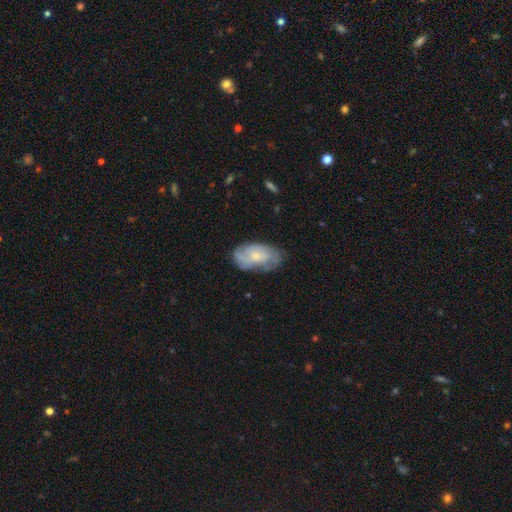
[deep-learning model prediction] Smooth or featured?
  - featured or disk: 63% *
  - smooth: 30%
  - star or artifact: 6%
Edge-on disk?
  - no: 95% *
  - yes: 5%
Bar?
  - no: 70% *
  - weak: 26%
  - strong: 4%
Spiral arms?
  - yes: 87% *
  - no: 13%
Spiral winding?
  - tight: 48% *
  - medium: 38%
  - loose: 14%
Spiral arm count?
  - can't tell: 40% *
  - 2: 26%
  - 3: 18%
  - 4: 6%
  - 1: 5%
  - more than 4: 4%
Bulge size?
  - small: 52% *
  - moderate: 36%
  - none: 7%
  - large: 3%
  - dominant: 1%
Merging?
  - none: 68% *
  - minor disturbance: 23%
  - major disturbance: 7%
  - merger: 2%